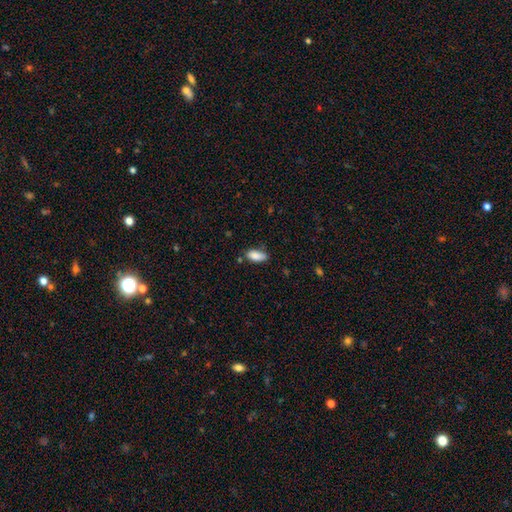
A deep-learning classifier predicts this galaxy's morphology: Smooth or featured? smooth (87%)
How rounded? in between (88%)
Merging? none (71%)